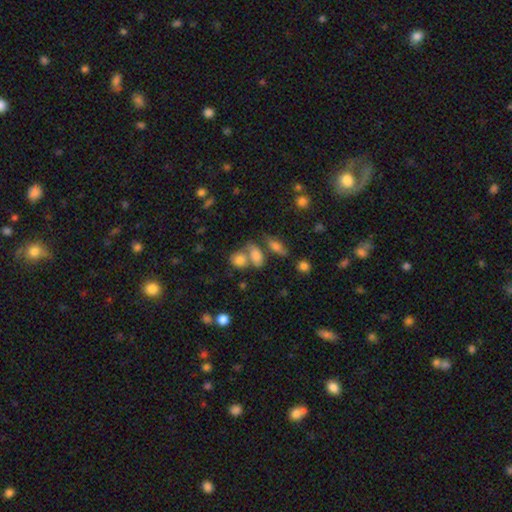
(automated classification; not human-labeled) A smooth galaxy with no disk features (74%) that is in between round and cigar-shaped (62%). Merging: none (46%).